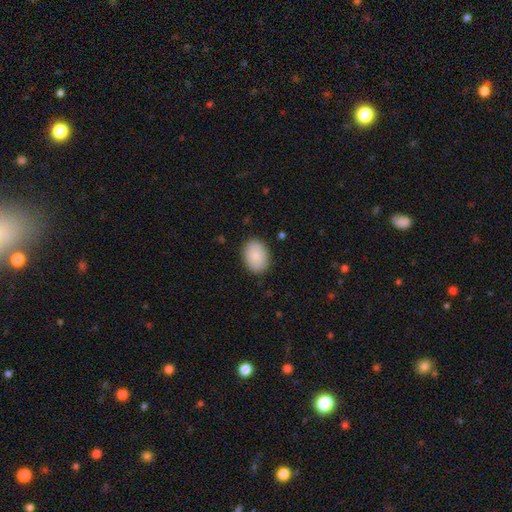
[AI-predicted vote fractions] A smooth galaxy with no disk features (86%) that is in between round and cigar-shaped (78%). Merging: none (86%).